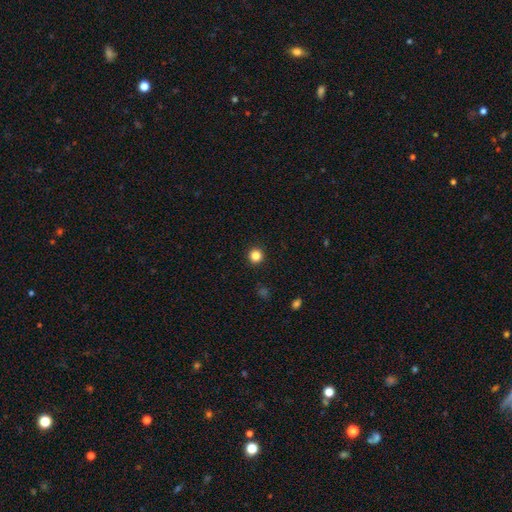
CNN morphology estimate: This appears to be a smooth galaxy with no disk features (85%) that is round (95%). Merging: none (93%).